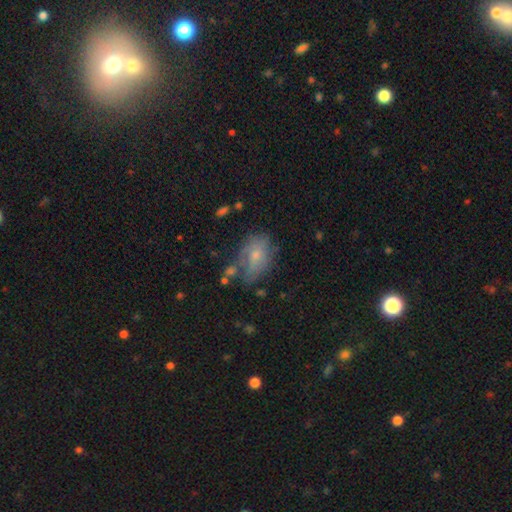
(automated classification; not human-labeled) Q: Smooth or featured?
A: smooth (56%); runner-up: featured or disk (33%)
Q: How rounded?
A: in between (81%); runner-up: round (17%)
Q: Merging?
A: none (50%); runner-up: minor disturbance (29%)